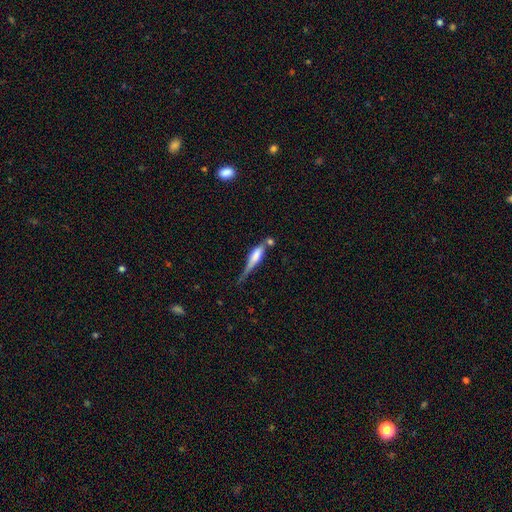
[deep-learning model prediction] Smooth or featured? Predicted: smooth (p=0.52). How rounded? Predicted: cigar-shaped (p=0.73). Merging? Predicted: none (p=0.36).